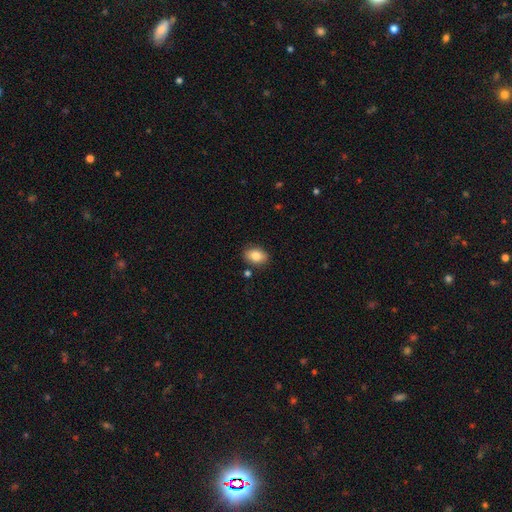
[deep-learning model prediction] Q: Smooth or featured?
A: smooth (84%); runner-up: star or artifact (8%)
Q: How rounded?
A: in between (77%); runner-up: round (21%)
Q: Merging?
A: none (84%); runner-up: minor disturbance (10%)